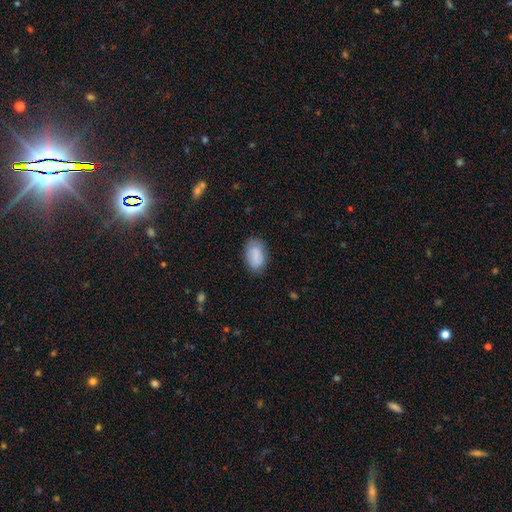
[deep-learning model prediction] The model was most divided on "merging": none: 79%, minor disturbance: 16%, major disturbance: 4%, merger: 1%. More confident: how rounded — in between (90%); smooth or featured — smooth (82%).